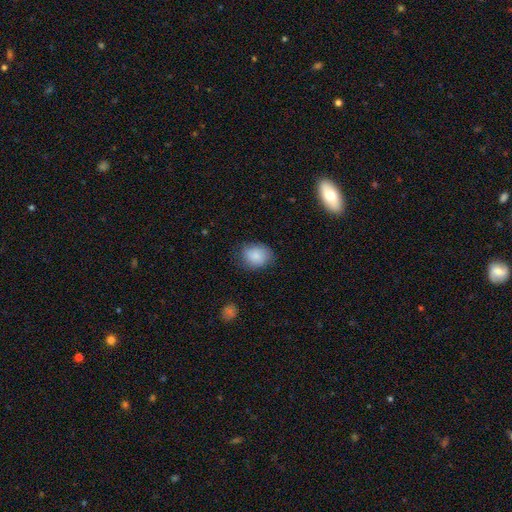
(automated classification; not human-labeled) A smooth galaxy with no disk features (85%) that is round (53%).

Vote fractions:
- Smooth or featured? smooth: 85% / featured or disk: 8% / star or artifact: 8%
- How rounded? round: 53% / in between: 46% / cigar-shaped: 1%
- Merging? none: 76% / minor disturbance: 18% / major disturbance: 5% / merger: 1%